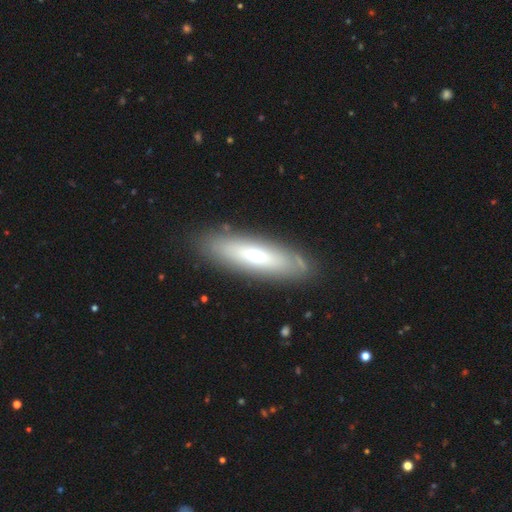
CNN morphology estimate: smooth 48%, featured or disk 45%, star or artifact 7%. Down the decision tree: merging — none (84%).